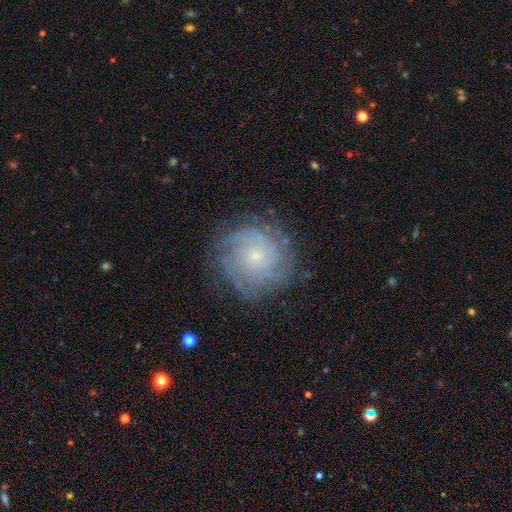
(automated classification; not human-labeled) Smooth or featured?
  - featured or disk: 74% *
  - smooth: 16%
  - star or artifact: 10%
Edge-on disk?
  - no: 97% *
  - yes: 3%
Bar?
  - no: 81% *
  - weak: 16%
  - strong: 3%
Spiral arms?
  - yes: 93% *
  - no: 7%
Spiral winding?
  - tight: 73% *
  - medium: 21%
  - loose: 6%
Spiral arm count?
  - can't tell: 43% *
  - 4: 17%
  - 3: 12%
  - more than 4: 11%
  - 2: 10%
  - 1: 7%
Bulge size?
  - small: 77% *
  - moderate: 18%
  - none: 3%
  - large: 1%
  - dominant: 1%
Merging?
  - none: 80% *
  - minor disturbance: 13%
  - major disturbance: 5%
  - merger: 1%